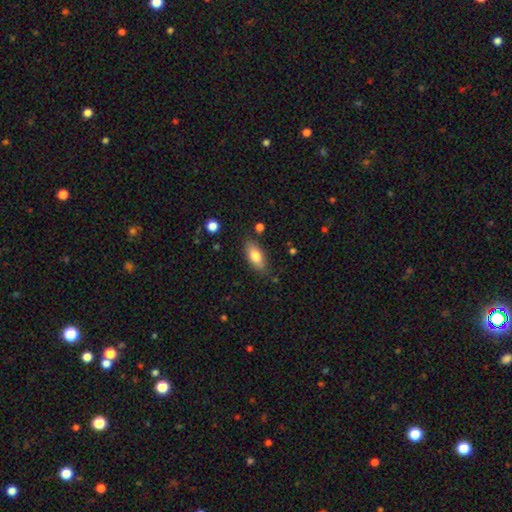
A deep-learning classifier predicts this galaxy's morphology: Smooth or featured? smooth (78%)
How rounded? in between (83%)
Merging? none (80%)